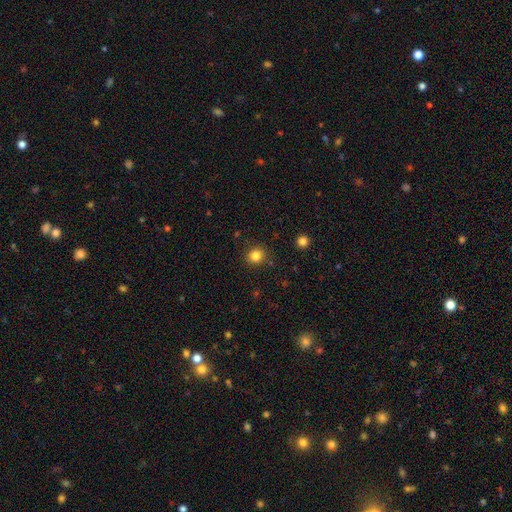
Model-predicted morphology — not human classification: type=smooth (83%); roundness=round (87%); merging=none (88%).